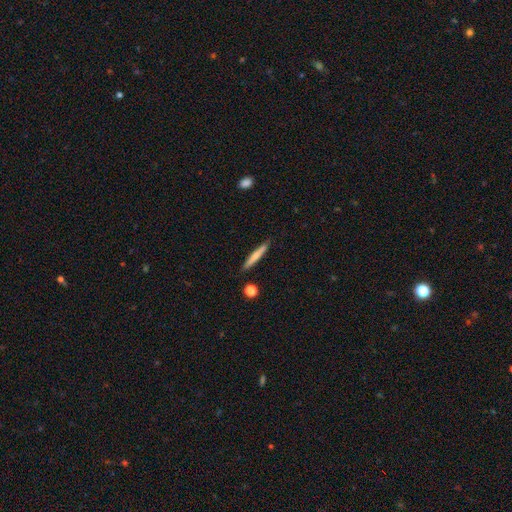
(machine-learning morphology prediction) Smooth or featured? smooth (66%)
How rounded? cigar-shaped (94%)
Merging? none (88%)